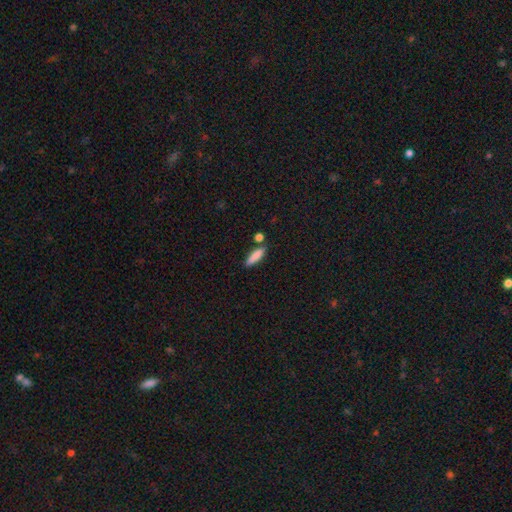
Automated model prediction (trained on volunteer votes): Smooth or featured?
  - smooth: 84% *
  - featured or disk: 9%
  - star or artifact: 7%
How rounded?
  - cigar-shaped: 64% *
  - in between: 34%
  - round: 2%
Merging?
  - none: 73% *
  - minor disturbance: 14%
  - merger: 10%
  - major disturbance: 3%